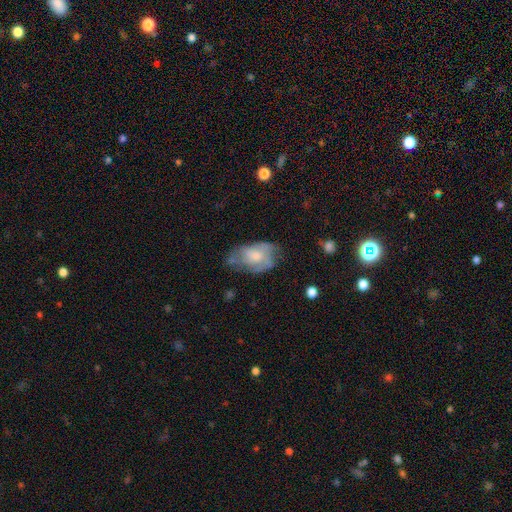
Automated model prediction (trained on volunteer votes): Q: Smooth or featured?
A: featured or disk (50%); runner-up: smooth (43%)
Q: Merging?
A: none (45%); runner-up: minor disturbance (32%)